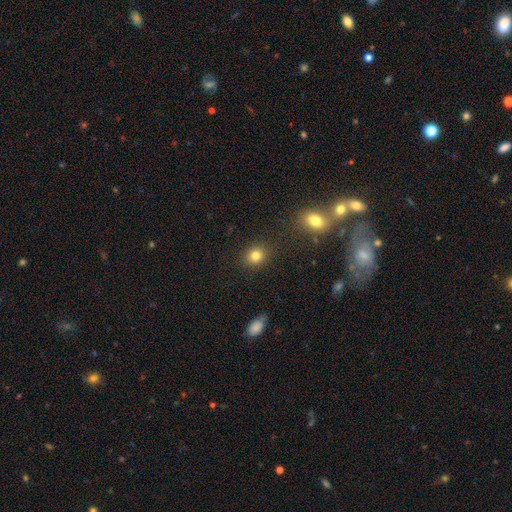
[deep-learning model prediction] The model was most divided on "how rounded": round: 77%, in between: 22%, cigar-shaped: 1%. More confident: merging — none (87%); smooth or featured — smooth (82%).